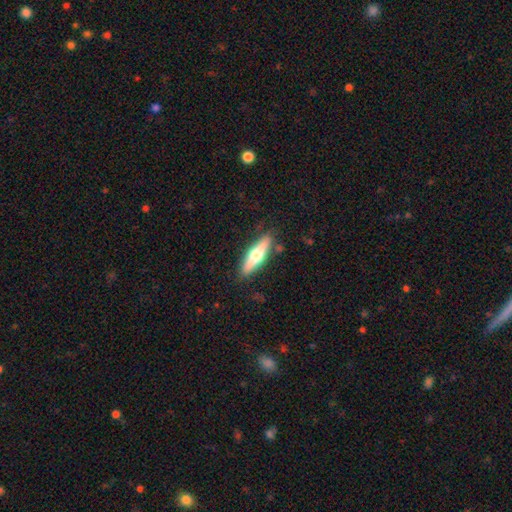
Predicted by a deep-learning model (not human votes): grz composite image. It shows a featured or disk galaxy (53%) viewed edge-on (92%). Merging: none (87%).